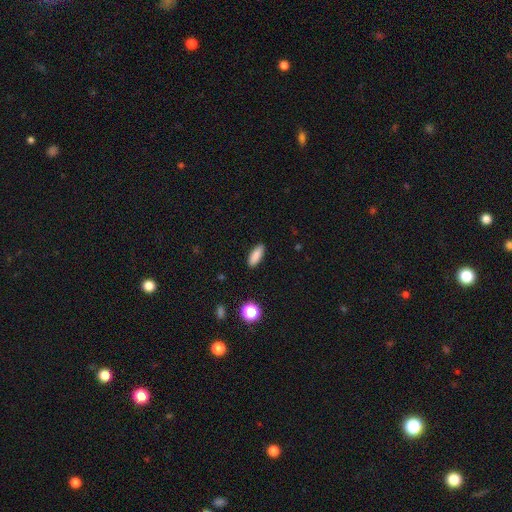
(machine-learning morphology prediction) A smooth galaxy with no disk features (86%) that is in between round and cigar-shaped (69%).

Vote fractions:
- Smooth or featured? smooth: 86% / star or artifact: 8% / featured or disk: 5%
- How rounded? in between: 69% / cigar-shaped: 28% / round: 3%
- Merging? none: 89% / minor disturbance: 8% / major disturbance: 2% / merger: 1%